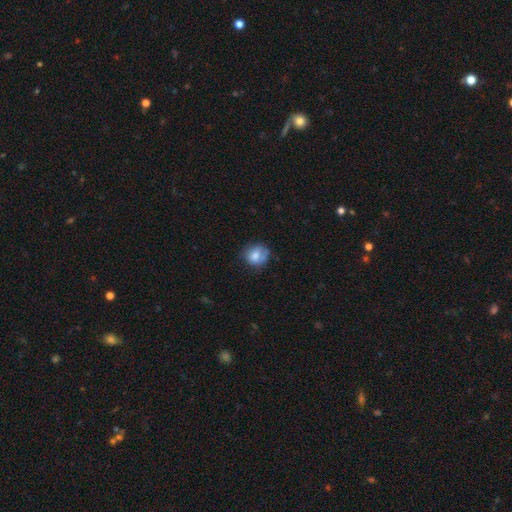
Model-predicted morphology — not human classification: Smooth or featured? Predicted: smooth (p=0.74). How rounded? Predicted: round (p=0.74). Merging? Predicted: none (p=0.59).